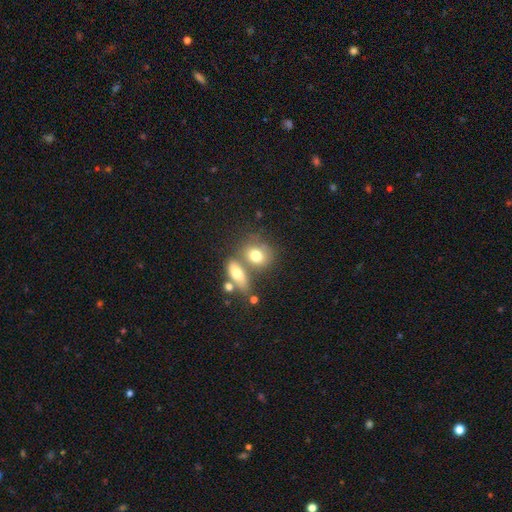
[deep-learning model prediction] smooth 74%, featured or disk 18%, star or artifact 9%. Down the decision tree: how rounded — in between (49%); merging — none (43%).